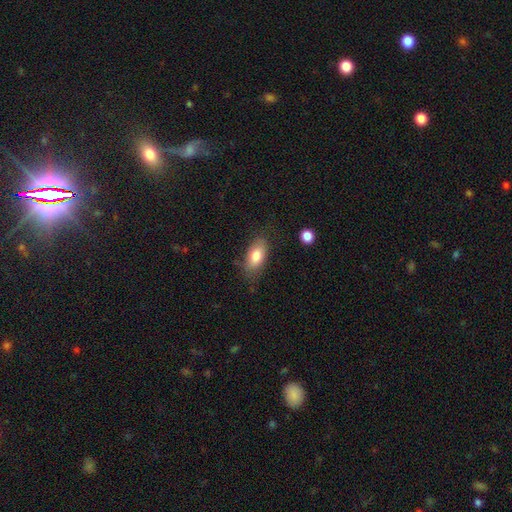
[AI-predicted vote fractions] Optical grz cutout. It shows a smooth galaxy with no disk features (81%) that is in between round and cigar-shaped (90%). Merging: none (74%).